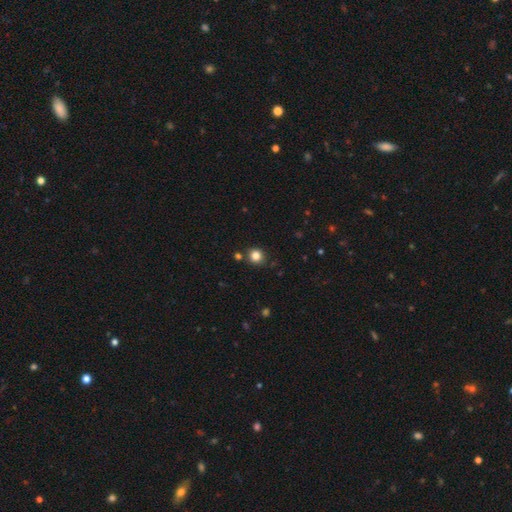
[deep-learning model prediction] Smooth or featured?
  - smooth: 83% *
  - star or artifact: 13%
  - featured or disk: 5%
How rounded?
  - round: 90% *
  - in between: 9%
  - cigar-shaped: 1%
Merging?
  - none: 84% *
  - minor disturbance: 8%
  - merger: 6%
  - major disturbance: 2%